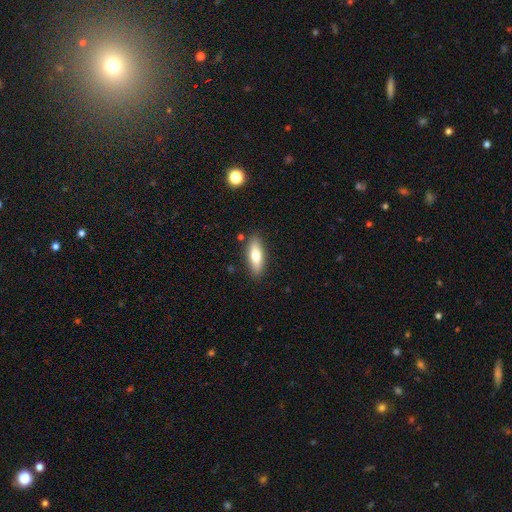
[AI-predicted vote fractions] Smooth or featured? Predicted: smooth (p=0.68). How rounded? Predicted: in between (p=0.58). Merging? Predicted: none (p=0.85).